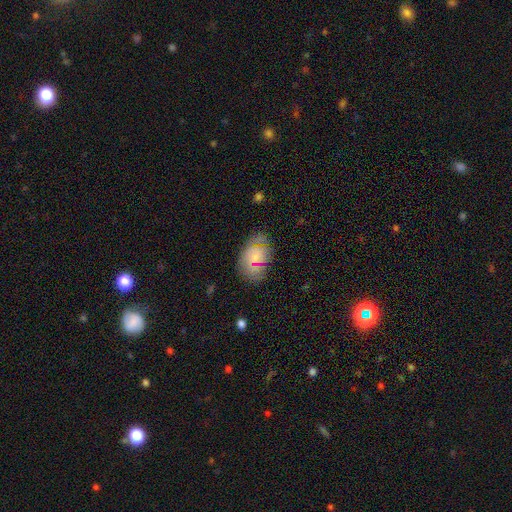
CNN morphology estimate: smooth 53%, featured or disk 33%, star or artifact 14%. Down the decision tree: how rounded — in between (77%); merging — none (72%).